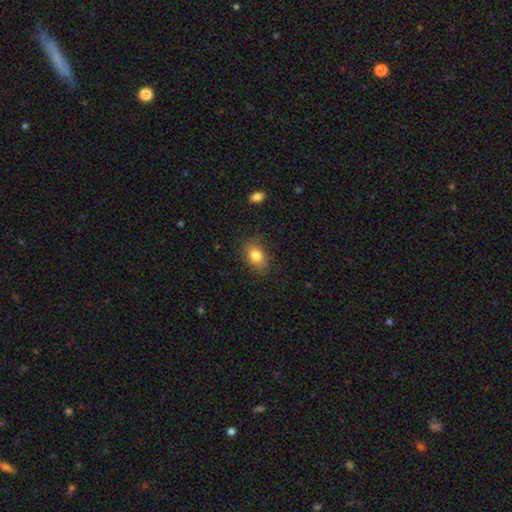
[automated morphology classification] smooth-or-featured: smooth: 81% | featured or disk: 10% | star or artifact: 9%
  how-rounded: in between: 81% | round: 17% | cigar-shaped: 2%
  merging: none: 83% | minor disturbance: 13% | major disturbance: 3% | merger: 1%